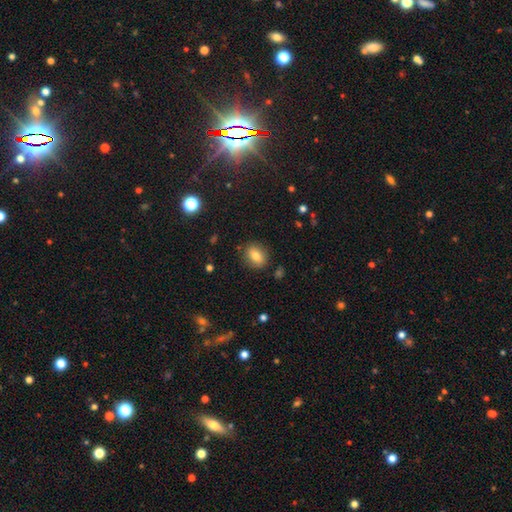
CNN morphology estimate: The model was most divided on "how rounded": in between: 57%, round: 41%, cigar-shaped: 2%. More confident: merging — none (85%); smooth or featured — smooth (78%).